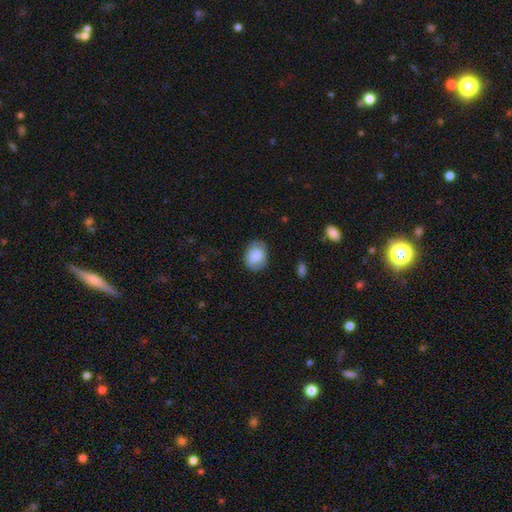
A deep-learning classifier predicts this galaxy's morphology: Overall: smooth (80%). How rounded: in between (68%; round 31%). Merging: none (75%).